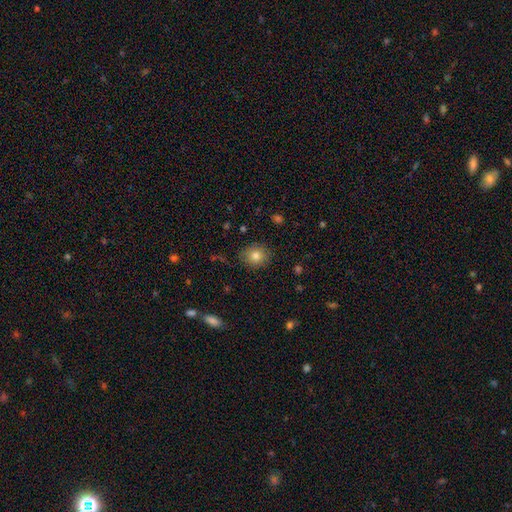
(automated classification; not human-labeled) Q: Smooth or featured?
A: smooth (80%); runner-up: star or artifact (10%)
Q: How rounded?
A: round (76%); runner-up: in between (23%)
Q: Merging?
A: none (85%); runner-up: minor disturbance (11%)